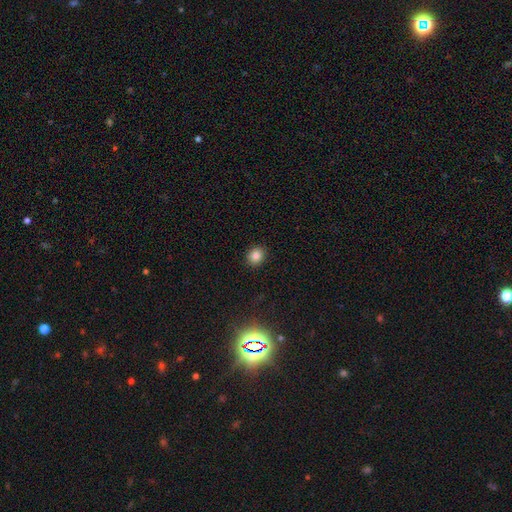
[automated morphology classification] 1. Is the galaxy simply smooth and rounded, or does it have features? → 83% smooth, 12% star or artifact, 5% featured or disk.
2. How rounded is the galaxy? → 73% round, 26% in between, 1% cigar-shaped.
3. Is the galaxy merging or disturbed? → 91% none, 6% minor disturbance, 2% major disturbance, 1% merger.